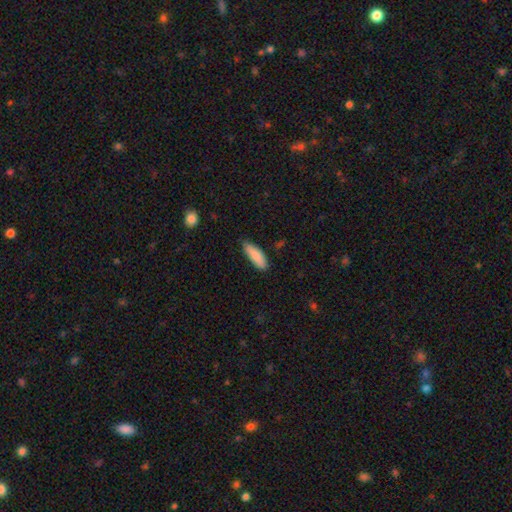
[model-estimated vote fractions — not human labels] smooth-or-featured: smooth: 87% | featured or disk: 7% | star or artifact: 6%
  how-rounded: in between: 57% | cigar-shaped: 41% | round: 2%
  merging: none: 76% | minor disturbance: 20% | major disturbance: 3% | merger: 1%